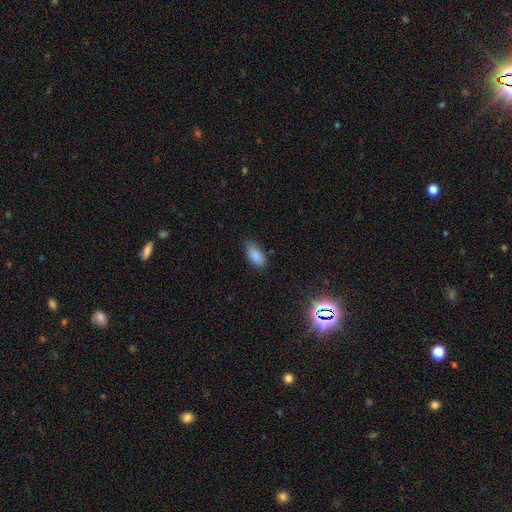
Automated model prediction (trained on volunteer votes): Smooth or featured? smooth (85%)
How rounded? in between (89%)
Merging? none (79%)